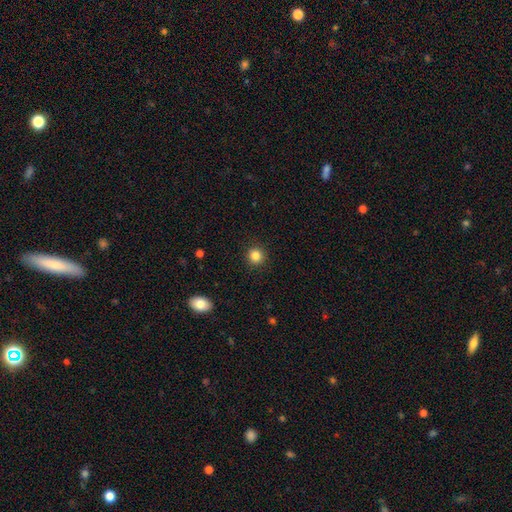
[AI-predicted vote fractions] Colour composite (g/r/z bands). It shows a smooth galaxy with no disk features (84%) that is round (91%). Merging: none (91%).